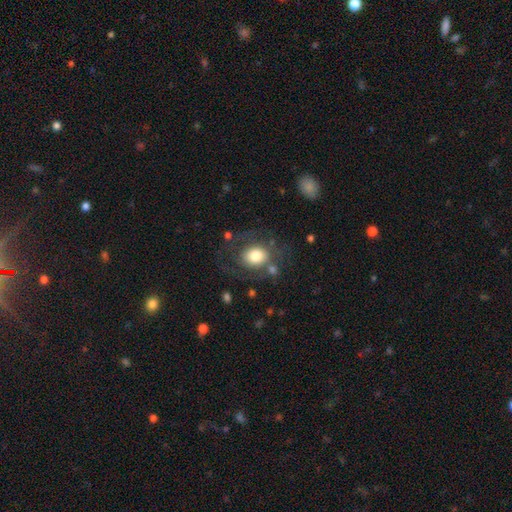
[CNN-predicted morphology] smooth-or-featured: smooth: 66% | featured or disk: 26% | star or artifact: 9%
  how-rounded: round: 55% | in between: 44% | cigar-shaped: 1%
  merging: none: 58% | major disturbance: 18% | minor disturbance: 18% | merger: 5%